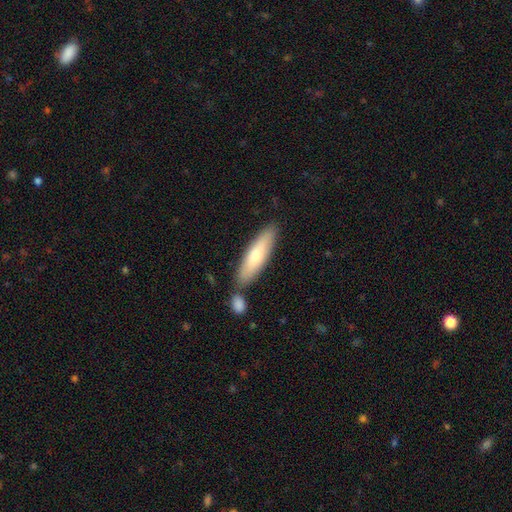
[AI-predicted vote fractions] This is likely a smooth galaxy (67%). How rounded: likely cigar-shaped (66%). Merging: likely none (75%).